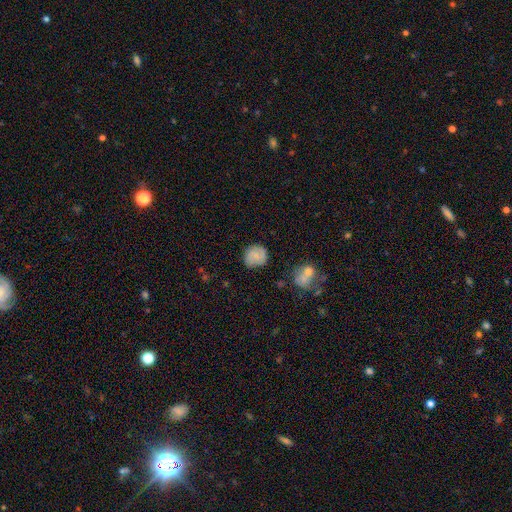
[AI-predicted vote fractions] Smooth or featured: smooth — 69% (featured or disk — 23%)
How rounded: round — 81% (in between — 18%)
Merging: none — 76% (minor disturbance — 17%)